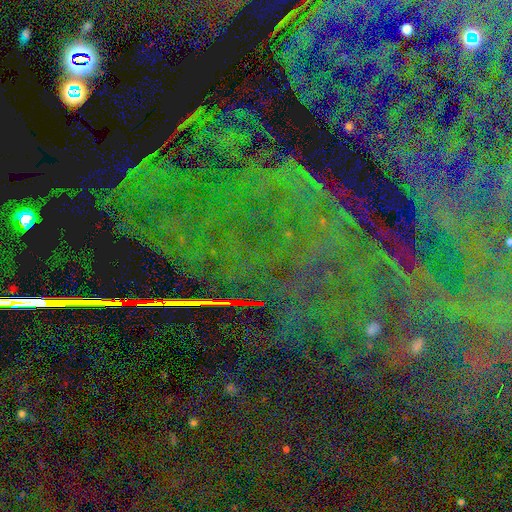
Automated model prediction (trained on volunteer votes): Smooth or featured? Predicted: star or artifact (p=0.85).